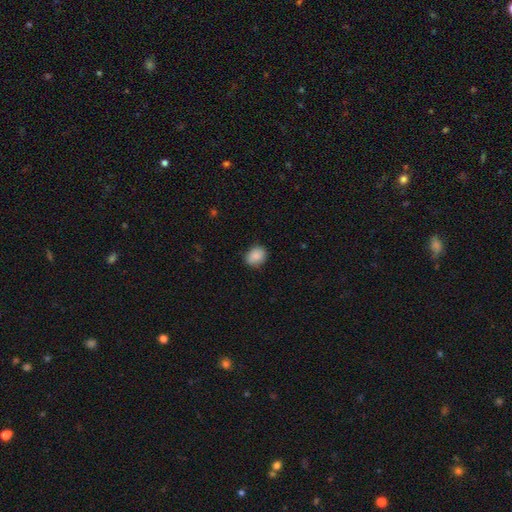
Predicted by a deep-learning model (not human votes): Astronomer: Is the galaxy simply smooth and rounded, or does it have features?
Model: smooth — 89%.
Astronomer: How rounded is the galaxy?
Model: round — 51% (runner-up: in between, 48%).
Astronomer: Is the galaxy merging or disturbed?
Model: none — 82%.